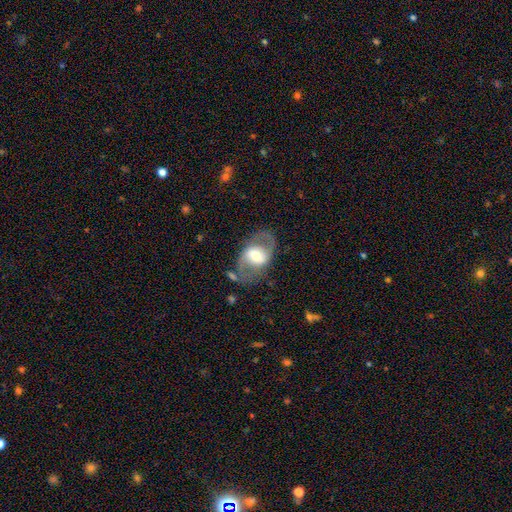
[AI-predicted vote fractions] Smooth or featured? Predicted: featured or disk (p=0.68). Edge-on disk? Predicted: no (p=0.94). Bar? Predicted: weak (p=0.40). Spiral arms? Predicted: yes (p=0.70). Bulge size? Predicted: moderate (p=0.59). Merging? Predicted: none (p=0.69).